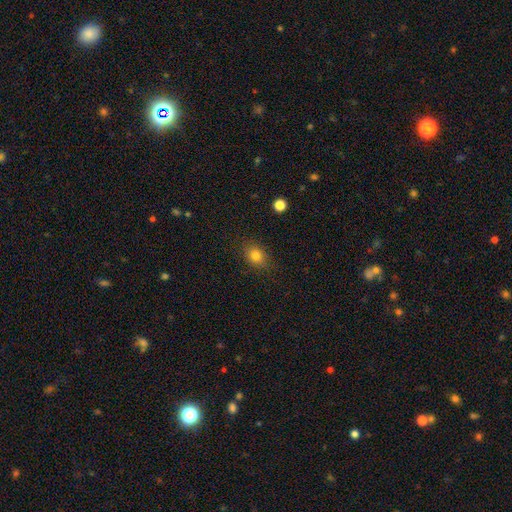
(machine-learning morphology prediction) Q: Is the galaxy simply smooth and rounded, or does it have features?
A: smooth — 81%.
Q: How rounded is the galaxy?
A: in between — 50%.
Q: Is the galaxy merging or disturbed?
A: none — 85%.